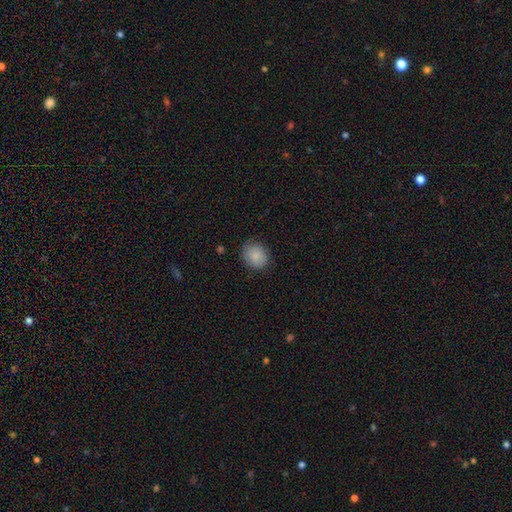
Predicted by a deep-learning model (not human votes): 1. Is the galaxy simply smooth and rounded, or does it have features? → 87% smooth, 7% star or artifact, 6% featured or disk.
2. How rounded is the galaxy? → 64% round, 35% in between, 1% cigar-shaped.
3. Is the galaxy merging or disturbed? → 81% none, 15% minor disturbance, 3% major disturbance, 1% merger.